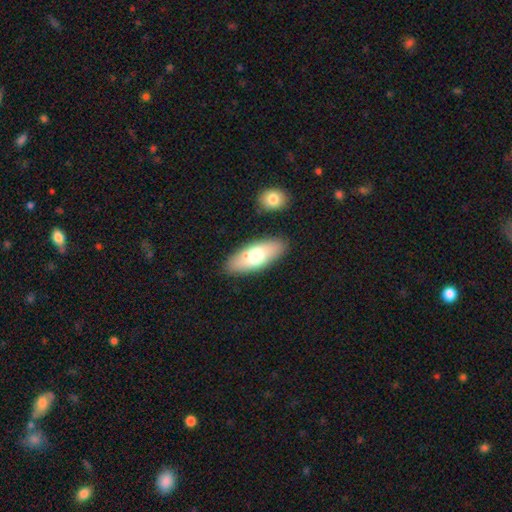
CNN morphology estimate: This is likely a smooth galaxy (65%). How rounded: likely in between (79%). Merging: clearly none (82%).